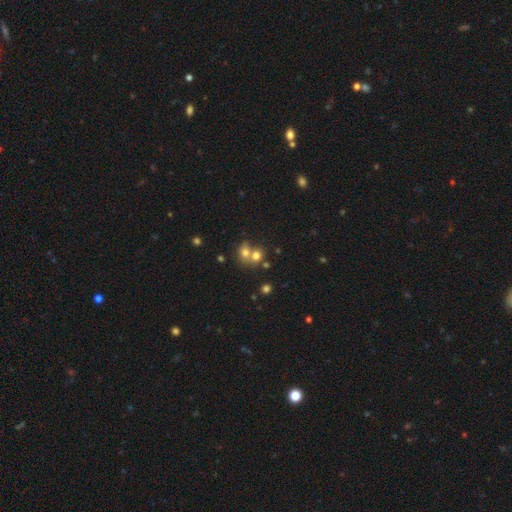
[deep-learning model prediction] Smooth or featured?
  - smooth: 72% *
  - featured or disk: 15%
  - star or artifact: 14%
How rounded?
  - round: 67% *
  - in between: 32%
  - cigar-shaped: 1%
Merging?
  - merger: 58% *
  - none: 32%
  - minor disturbance: 6%
  - major disturbance: 3%